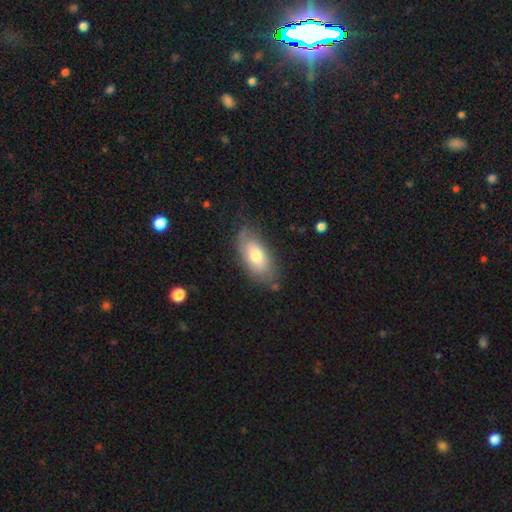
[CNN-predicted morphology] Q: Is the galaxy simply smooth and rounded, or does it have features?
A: smooth — 66%.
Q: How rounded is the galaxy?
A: in between — 91%.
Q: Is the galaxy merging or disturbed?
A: none — 71%.